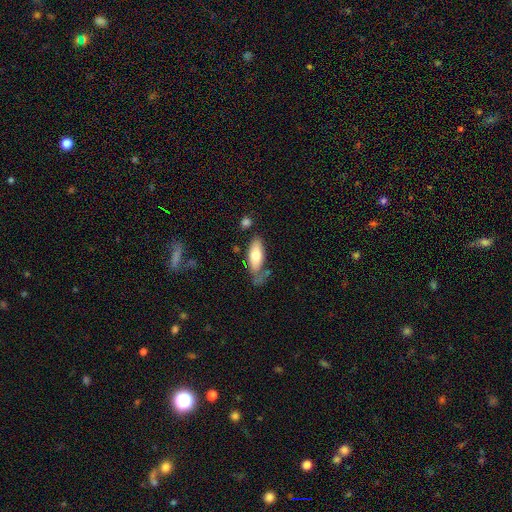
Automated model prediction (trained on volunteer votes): The model was most divided on "merging": none: 55%, minor disturbance: 26%, major disturbance: 10%, merger: 9%. More confident: how rounded — in between (76%); smooth or featured — smooth (73%).